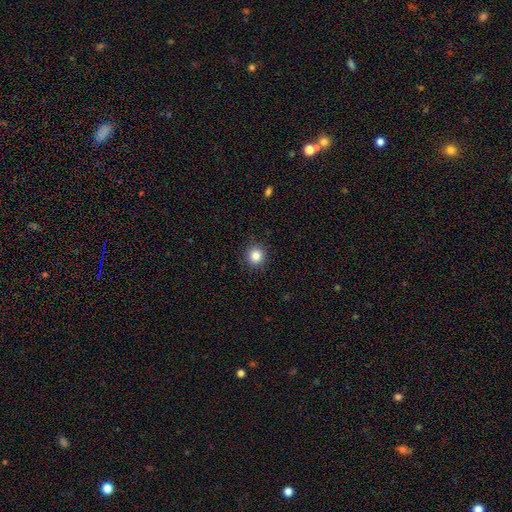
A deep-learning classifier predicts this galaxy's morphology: smooth-or-featured: smooth: 86% | star or artifact: 10% | featured or disk: 4%
  how-rounded: round: 93% | in between: 6% | cigar-shaped: 1%
  merging: none: 90% | minor disturbance: 7% | major disturbance: 2% | merger: 1%